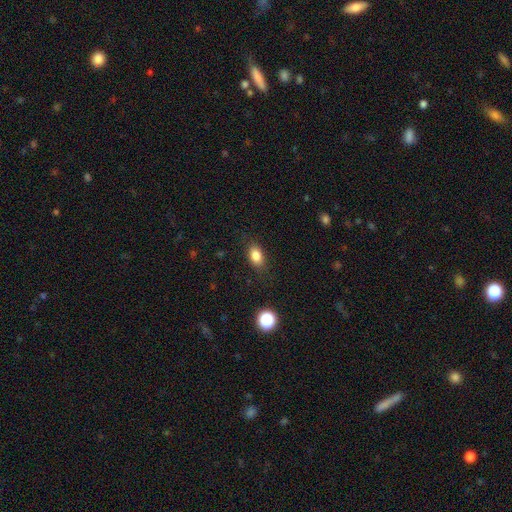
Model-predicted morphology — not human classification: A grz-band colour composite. It shows a smooth galaxy with no disk features (84%) that is in between round and cigar-shaped (85%). Merging: none (85%).